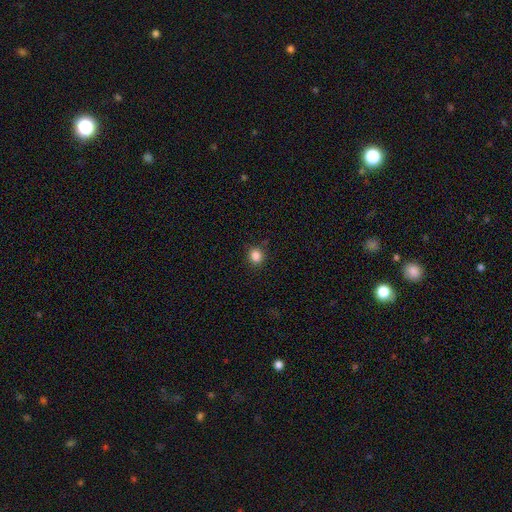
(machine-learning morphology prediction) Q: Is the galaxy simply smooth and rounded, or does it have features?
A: smooth — 85%.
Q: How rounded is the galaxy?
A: round — 83%.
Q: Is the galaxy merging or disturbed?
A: none — 86%.